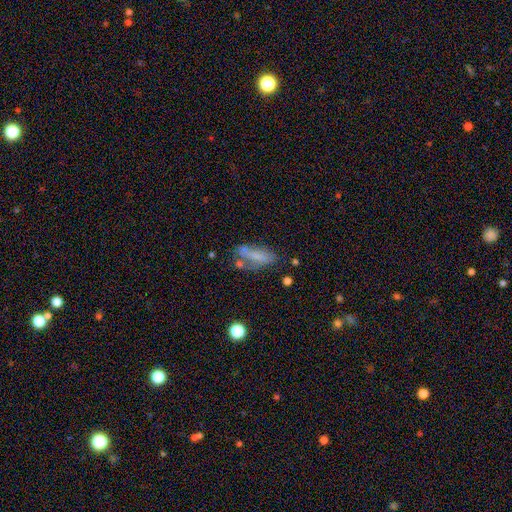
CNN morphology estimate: smooth_or_featured: smooth (p=0.60) [alt: featured or disk p=0.28]
how_rounded: in between (p=0.53) [alt: cigar-shaped p=0.44]
merging: none (p=0.45) [alt: minor disturbance p=0.25]